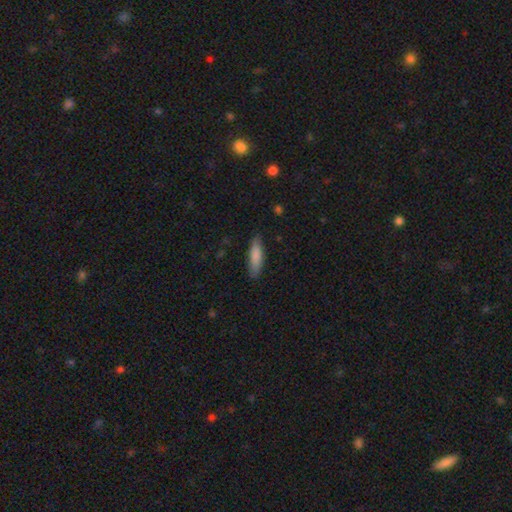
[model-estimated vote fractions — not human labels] Smooth or featured? Predicted: smooth (p=0.83). How rounded? Predicted: cigar-shaped (p=0.61). Merging? Predicted: none (p=0.84).